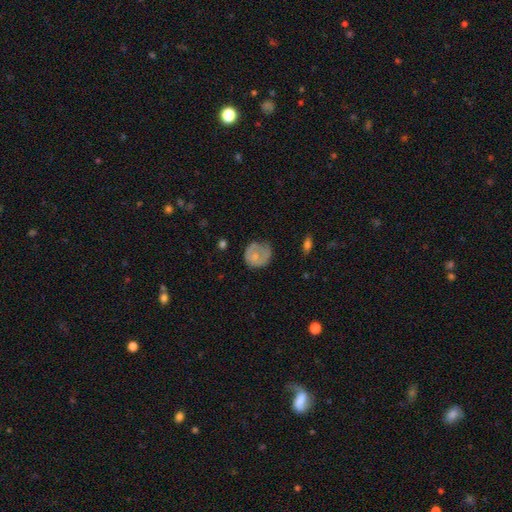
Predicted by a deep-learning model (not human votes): A smooth galaxy with no disk features (63%) that is round (79%).

Vote fractions:
- Smooth or featured? smooth: 63% / featured or disk: 30% / star or artifact: 7%
- How rounded? round: 79% / in between: 20% / cigar-shaped: 1%
- Merging? none: 49% / minor disturbance: 31% / major disturbance: 18% / merger: 2%